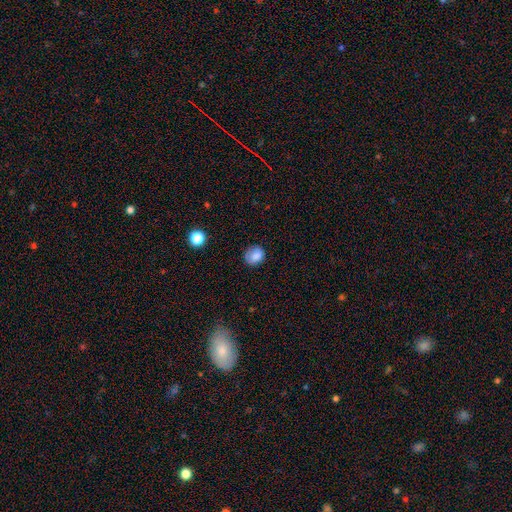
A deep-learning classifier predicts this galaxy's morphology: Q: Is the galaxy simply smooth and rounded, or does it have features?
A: smooth — 82%.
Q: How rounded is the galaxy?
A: round — 69%.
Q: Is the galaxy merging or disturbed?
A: none — 72%.